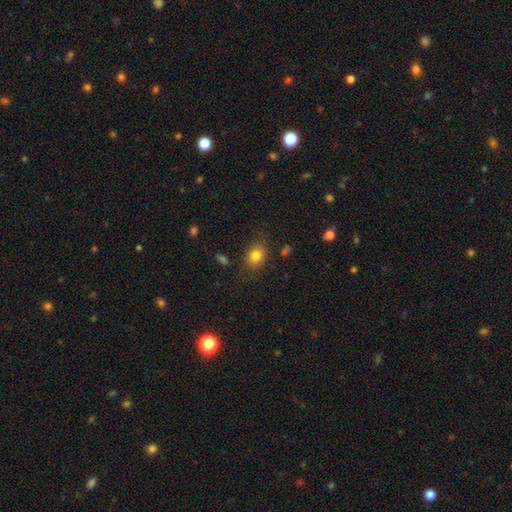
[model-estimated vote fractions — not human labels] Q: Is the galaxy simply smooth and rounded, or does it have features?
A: smooth — 81%.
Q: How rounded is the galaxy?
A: in between — 58%.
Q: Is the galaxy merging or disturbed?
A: none — 79%.